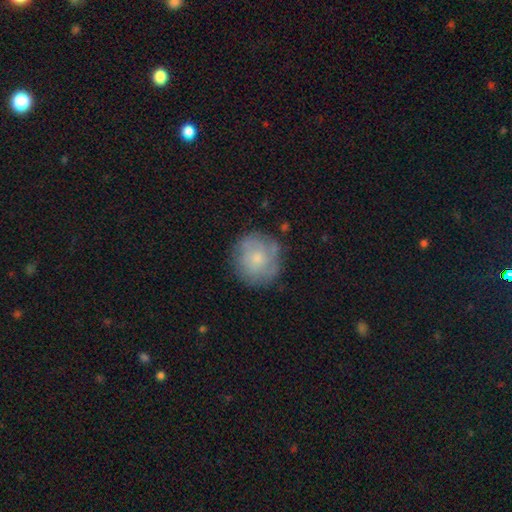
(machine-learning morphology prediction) This appears to be a featured or disk galaxy (48%). Merging: none (76%).